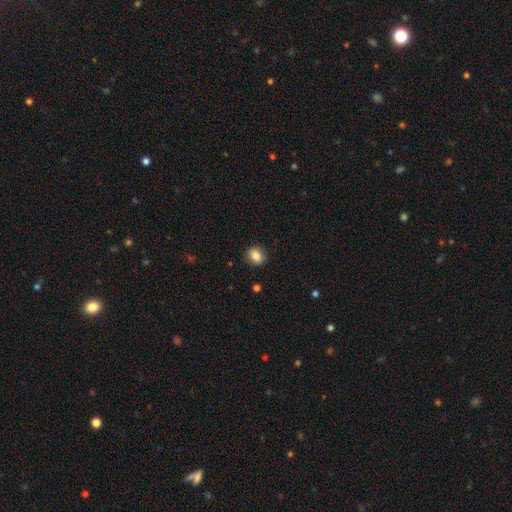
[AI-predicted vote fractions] Smooth or featured? Predicted: smooth (p=0.84). How rounded? Predicted: round (p=0.58). Merging? Predicted: none (p=0.88).